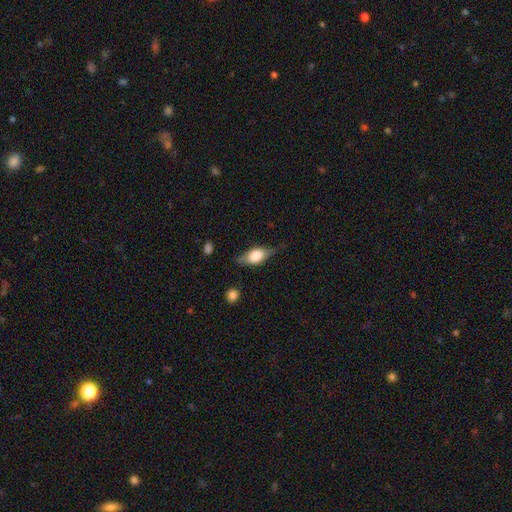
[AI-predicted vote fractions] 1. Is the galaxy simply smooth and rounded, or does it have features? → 54% smooth, 39% featured or disk, 7% star or artifact.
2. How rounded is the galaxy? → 77% in between, 15% cigar-shaped, 8% round.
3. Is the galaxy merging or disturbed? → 68% none, 23% minor disturbance, 7% major disturbance, 2% merger.